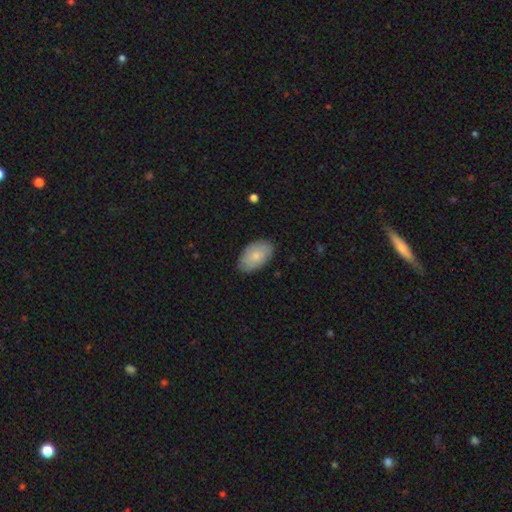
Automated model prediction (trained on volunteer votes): smooth-or-featured: smooth: 74% | featured or disk: 20% | star or artifact: 6%
  how-rounded: in between: 93% | round: 5% | cigar-shaped: 1%
  merging: none: 83% | minor disturbance: 14% | major disturbance: 2% | merger: 1%